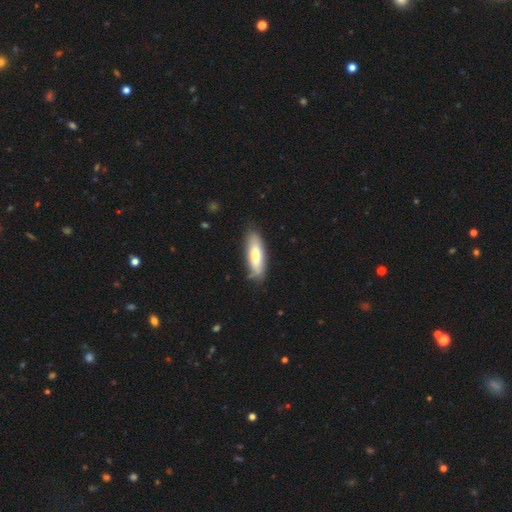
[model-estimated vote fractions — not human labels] A smooth galaxy with no disk features (73%) that is cigar-shaped (49%, tied with in between).

Vote fractions:
- Smooth or featured? smooth: 73% / featured or disk: 21% / star or artifact: 6%
- How rounded? cigar-shaped: 49% (tied) / in between: 49% (tied) / round: 1%
- Merging? none: 76% / minor disturbance: 18% / major disturbance: 4% / merger: 2%